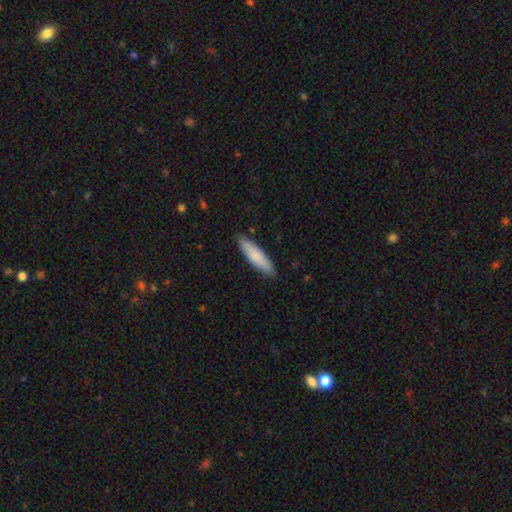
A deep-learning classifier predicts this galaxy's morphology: smooth_or_featured: smooth (p=0.84) [alt: featured or disk p=0.11]
how_rounded: cigar-shaped (p=0.73) [alt: in between p=0.26]
merging: none (p=0.89) [alt: minor disturbance p=0.09]